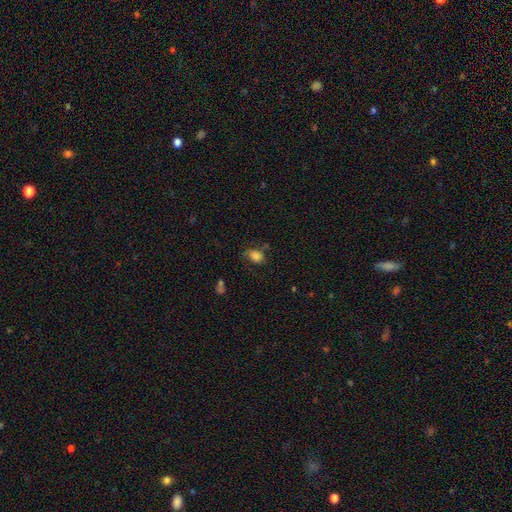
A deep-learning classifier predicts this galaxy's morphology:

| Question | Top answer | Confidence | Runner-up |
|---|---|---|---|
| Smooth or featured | smooth | 79% | star or artifact (12%) |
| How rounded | in between | 70% | round (29%) |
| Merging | none | 52% | minor disturbance (28%) |